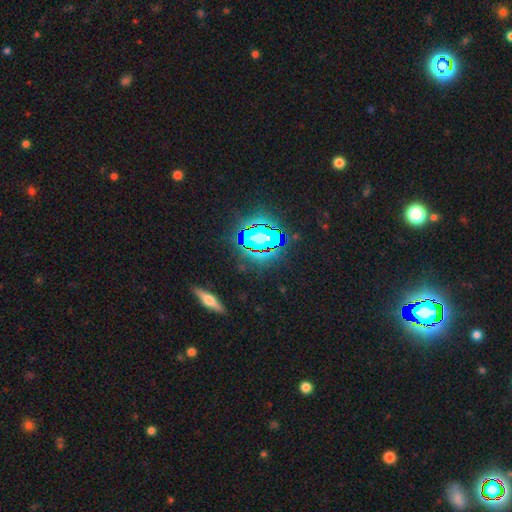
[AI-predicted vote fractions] A star or artifact, not a galaxy (80%).